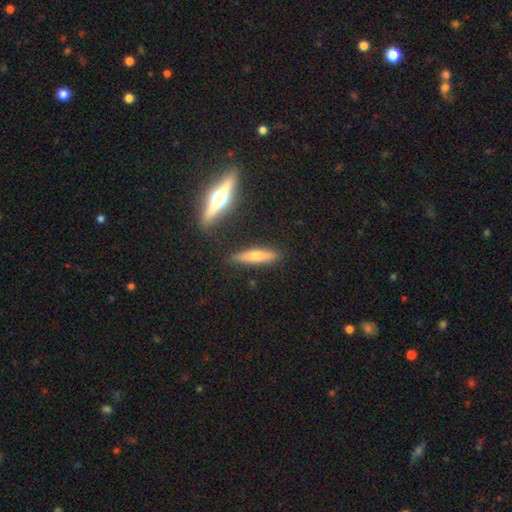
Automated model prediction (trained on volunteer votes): smooth_or_featured: featured or disk (p=0.53) [alt: smooth p=0.40]
disk_edge_on: yes (p=0.95) [alt: no p=0.05]
merging: none (p=0.84) [alt: minor disturbance p=0.09]